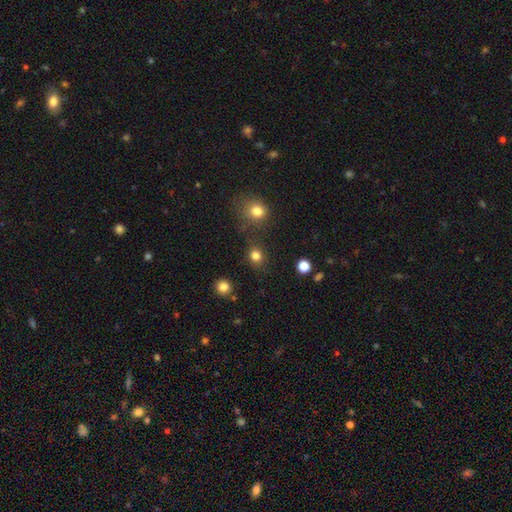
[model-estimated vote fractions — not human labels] A smooth galaxy with no disk features (81%) that is round (80%). Merging: none (81%).